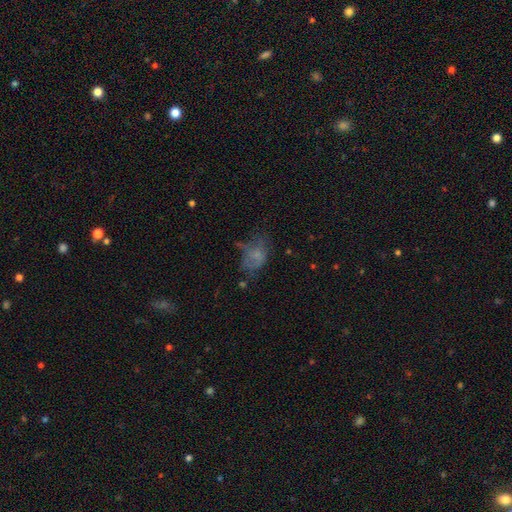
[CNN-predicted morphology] The model was most divided on "merging": none: 35%, major disturbance: 34%, minor disturbance: 25%, merger: 6%. More confident: how rounded — in between (77%); smooth or featured — smooth (52%).